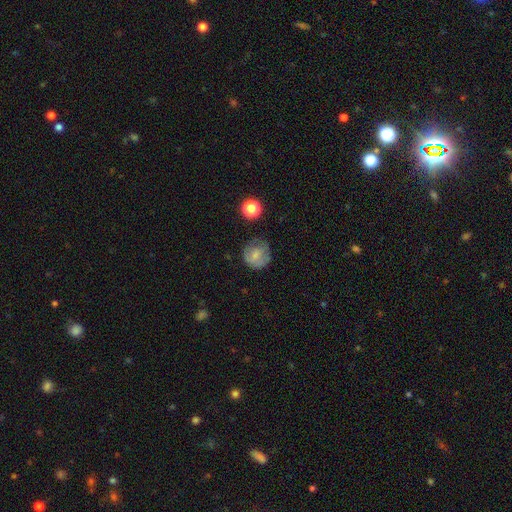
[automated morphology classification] smooth_or_featured: smooth (p=0.64) [alt: featured or disk p=0.27]
how_rounded: round (p=0.88) [alt: in between p=0.11]
merging: none (p=0.63) [alt: minor disturbance p=0.24]